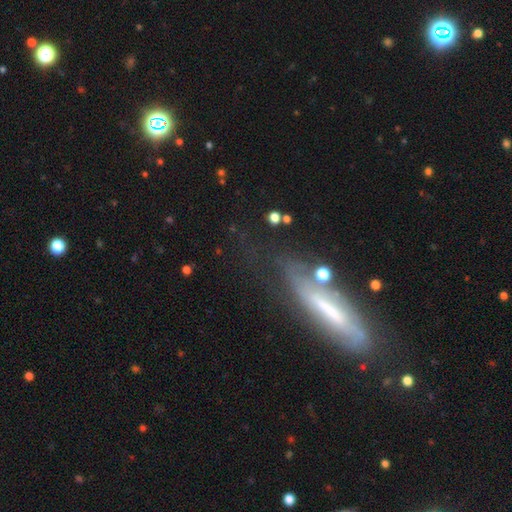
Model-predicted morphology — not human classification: A featured or disk galaxy (61%) viewed edge-on (61%).

Vote fractions:
- Smooth or featured? featured or disk: 61% / smooth: 28% / star or artifact: 11%
- Edge-on disk? yes: 61% / no: 39%
- Merging? none: 58% / minor disturbance: 25% / major disturbance: 13% / merger: 4%